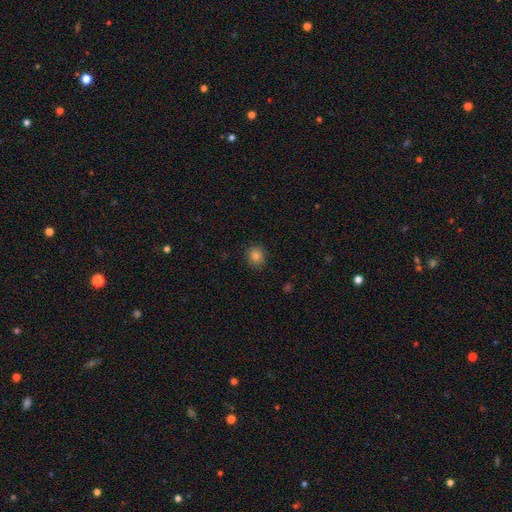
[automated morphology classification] Overall: smooth (84%). How rounded: round (85%). Merging: none (89%).